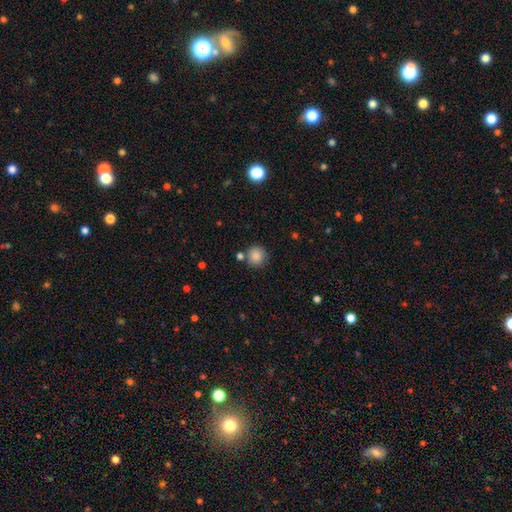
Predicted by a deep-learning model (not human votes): Q: Smooth or featured?
A: smooth (86%); runner-up: star or artifact (9%)
Q: How rounded?
A: round (94%); runner-up: in between (5%)
Q: Merging?
A: none (81%); runner-up: merger (9%)